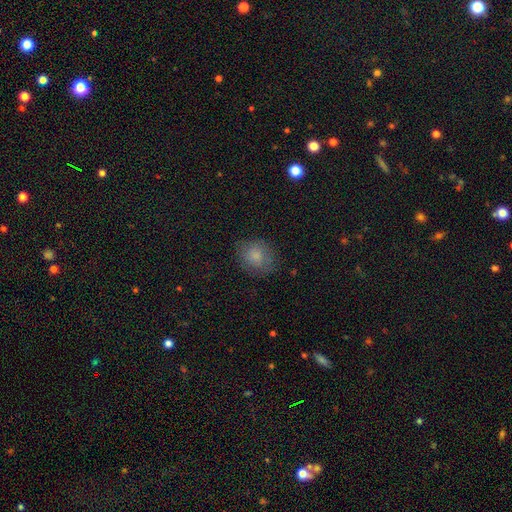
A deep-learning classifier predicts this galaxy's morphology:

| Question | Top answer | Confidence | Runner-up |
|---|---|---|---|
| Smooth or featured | smooth | 80% | featured or disk (10%) |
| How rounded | round | 68% | in between (31%) |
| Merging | none | 75% | minor disturbance (18%) |